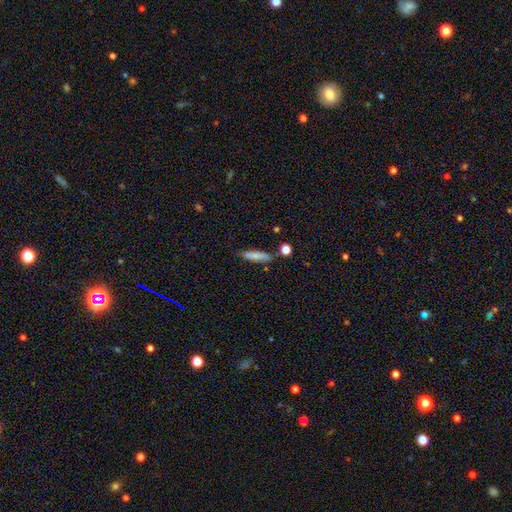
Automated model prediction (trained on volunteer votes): This appears to be a smooth galaxy with no disk features (78%) that is cigar-shaped (77%). Merging: none (76%).